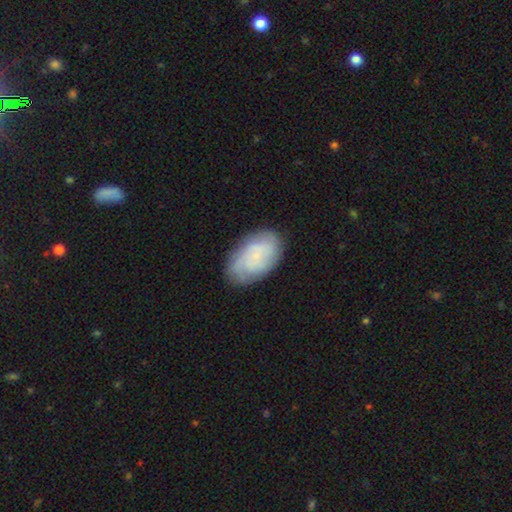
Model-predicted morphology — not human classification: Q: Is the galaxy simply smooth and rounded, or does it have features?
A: featured or disk — 46%, tied with smooth.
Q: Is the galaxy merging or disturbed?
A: none — 76%.